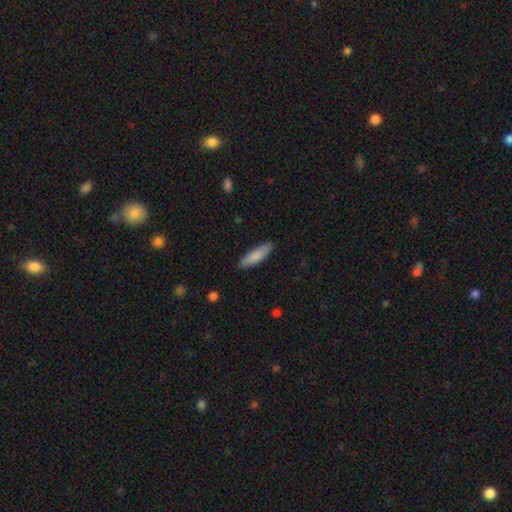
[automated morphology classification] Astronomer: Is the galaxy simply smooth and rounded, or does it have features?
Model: smooth — 83%.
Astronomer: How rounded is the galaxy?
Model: cigar-shaped — 62%.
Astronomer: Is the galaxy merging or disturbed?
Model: none — 87%.